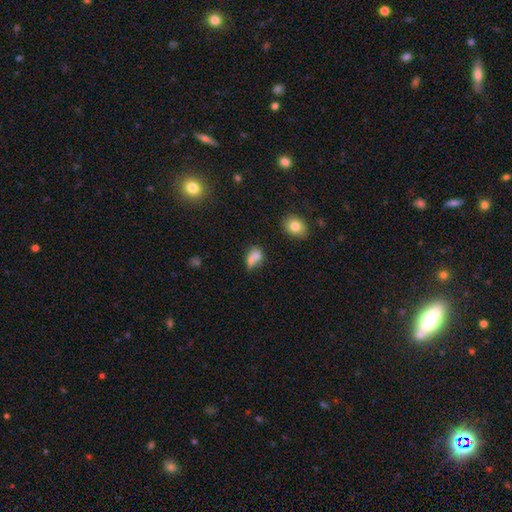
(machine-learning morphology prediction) type=smooth (73%); roundness=in between (59%); merging=merger (52%).